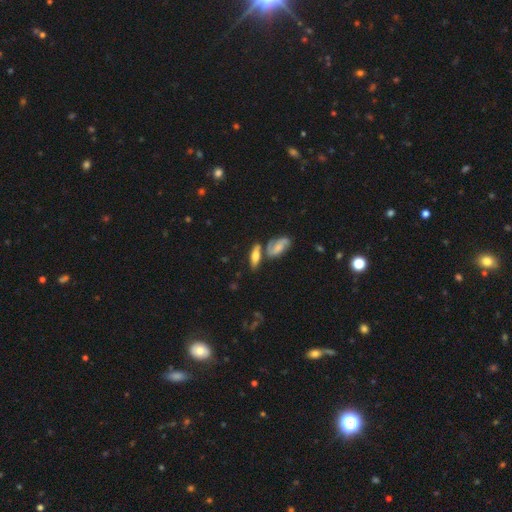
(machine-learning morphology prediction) type=smooth (51%); roundness=in between (59%); merging=none (55%).